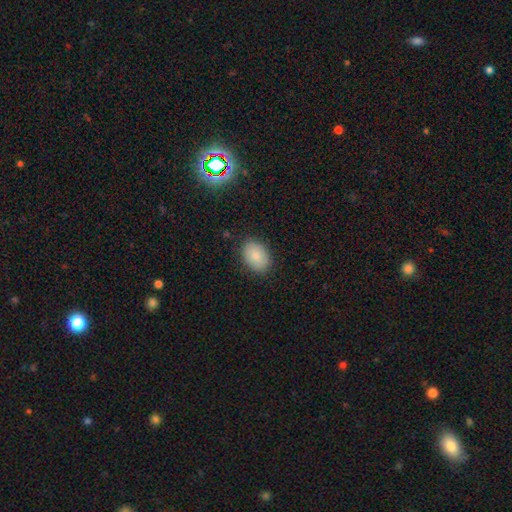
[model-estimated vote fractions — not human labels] Smooth or featured? Predicted: smooth (p=0.86). How rounded? Predicted: in between (p=0.80). Merging? Predicted: none (p=0.85).